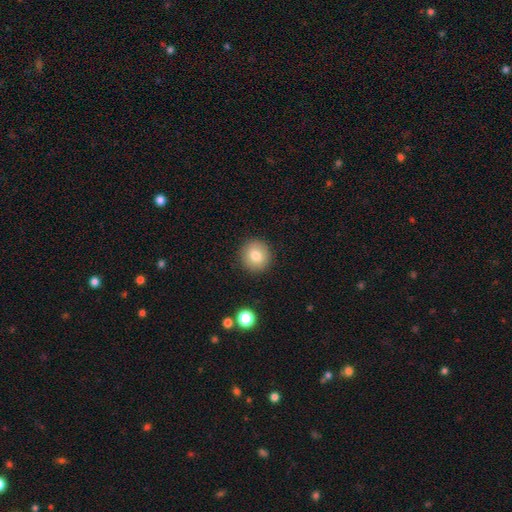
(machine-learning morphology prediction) smooth_or_featured: smooth (p=0.80) [alt: featured or disk p=0.10]
how_rounded: round (p=0.90) [alt: in between p=0.09]
merging: none (p=0.90) [alt: minor disturbance p=0.06]